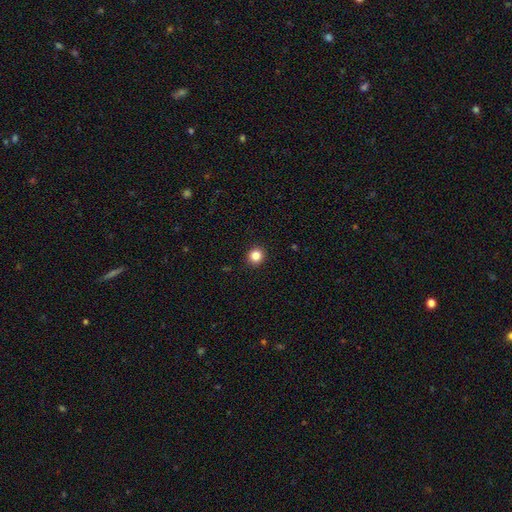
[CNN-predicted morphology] smooth-or-featured: smooth: 85% | star or artifact: 11% | featured or disk: 4%
  how-rounded: round: 93% | in between: 7% | cigar-shaped: 1%
  merging: none: 93% | minor disturbance: 5% | major disturbance: 2% | merger: 1%